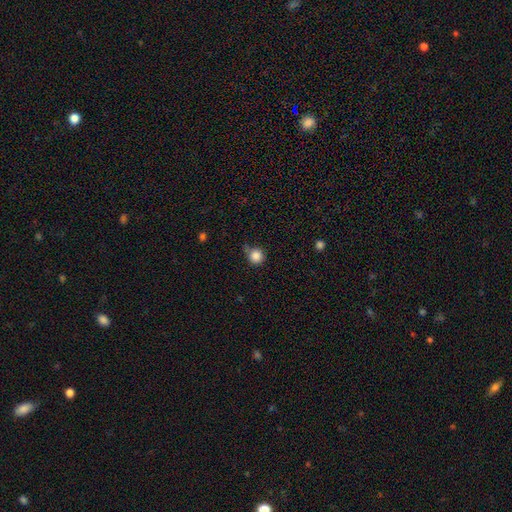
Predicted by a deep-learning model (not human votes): smooth-or-featured: smooth: 86% | star or artifact: 10% | featured or disk: 4%
  how-rounded: round: 93% | in between: 6% | cigar-shaped: 1%
  merging: none: 66% | minor disturbance: 22% | merger: 6% | major disturbance: 6%